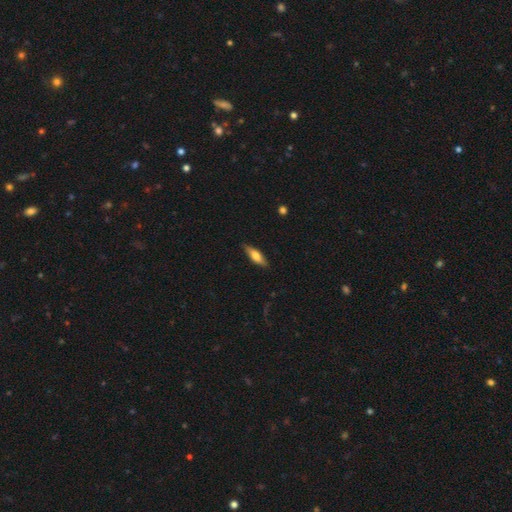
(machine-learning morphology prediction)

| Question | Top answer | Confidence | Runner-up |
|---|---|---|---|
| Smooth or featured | smooth | 60% | featured or disk (34%) |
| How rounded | cigar-shaped | 53% | in between (45%) |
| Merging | none | 85% | minor disturbance (12%) |